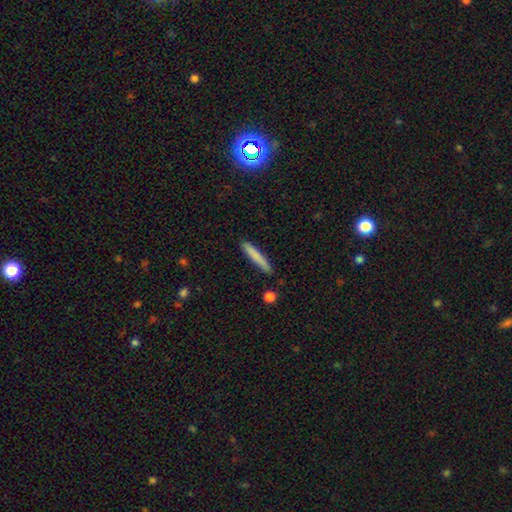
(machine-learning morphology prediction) smooth_or_featured: smooth (p=0.78) [alt: featured or disk p=0.16]
how_rounded: cigar-shaped (p=0.94) [alt: in between p=0.05]
merging: none (p=0.85) [alt: minor disturbance p=0.11]